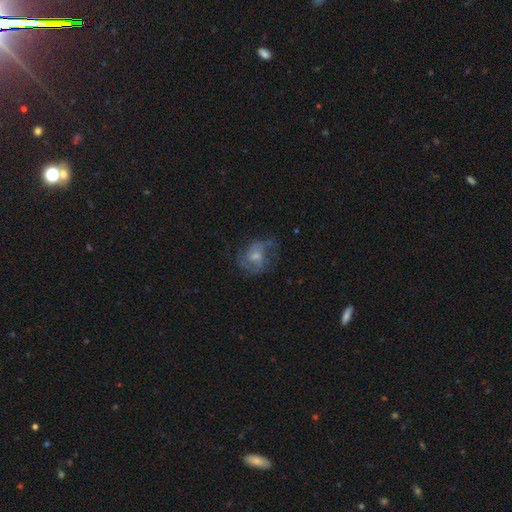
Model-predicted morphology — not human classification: Q: Smooth or featured?
A: featured or disk (68%); runner-up: smooth (19%)
Q: Edge-on disk?
A: no (97%); runner-up: yes (3%)
Q: Bar?
A: no (61%); runner-up: weak (33%)
Q: Spiral arms?
A: yes (87%); runner-up: no (13%)
Q: Spiral winding?
A: medium (50%); runner-up: loose (26%)
Q: Spiral arm count?
A: 2 (48%); runner-up: can't tell (23%)
Q: Bulge size?
A: moderate (50%); runner-up: small (38%)
Q: Merging?
A: none (64%); runner-up: minor disturbance (20%)